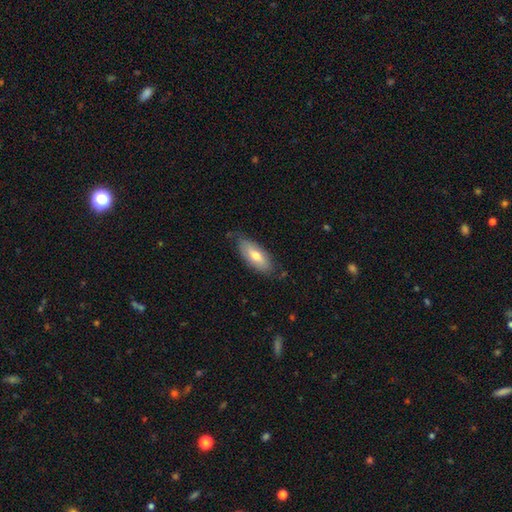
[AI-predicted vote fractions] This is likely a smooth galaxy (66%). How rounded: likely in between (76%). Merging: likely none (71%).